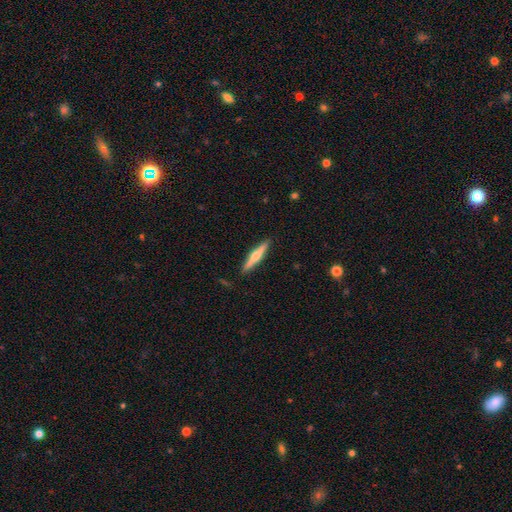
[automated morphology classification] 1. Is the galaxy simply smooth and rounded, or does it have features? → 59% featured or disk, 35% smooth, 5% star or artifact.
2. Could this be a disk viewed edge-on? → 97% yes, 3% no.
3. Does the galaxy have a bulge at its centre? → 90% rounded, 6% none, 5% boxy.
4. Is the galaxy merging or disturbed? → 91% none, 7% minor disturbance, 1% major disturbance, 1% merger.